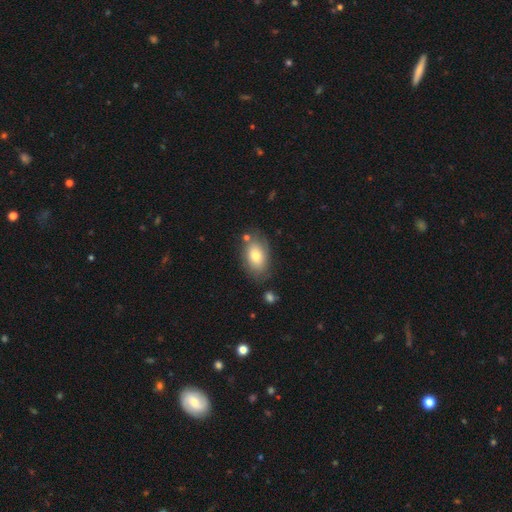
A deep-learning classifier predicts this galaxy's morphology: A smooth galaxy with no disk features (73%) that is in between round and cigar-shaped (88%). Merging: none (71%).